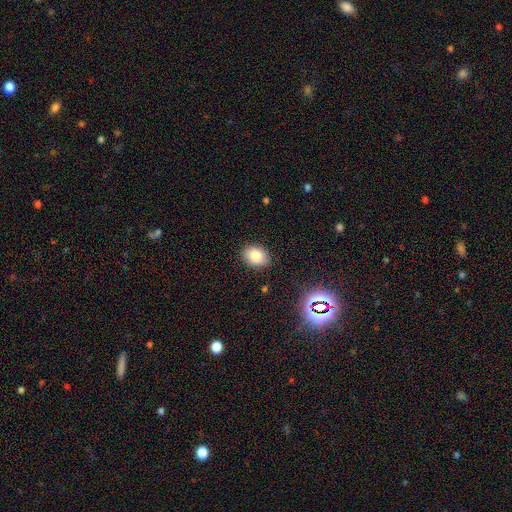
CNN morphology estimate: Smooth or featured: smooth — 84% (star or artifact — 10%)
How rounded: in between — 69% (round — 30%)
Merging: none — 87% (minor disturbance — 9%)